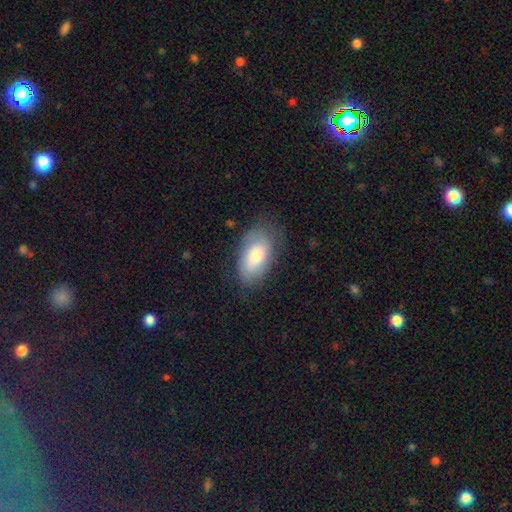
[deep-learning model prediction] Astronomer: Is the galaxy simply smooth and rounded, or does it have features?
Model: smooth — 71%.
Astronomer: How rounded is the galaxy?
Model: in between — 93%.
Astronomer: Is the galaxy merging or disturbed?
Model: none — 67%.